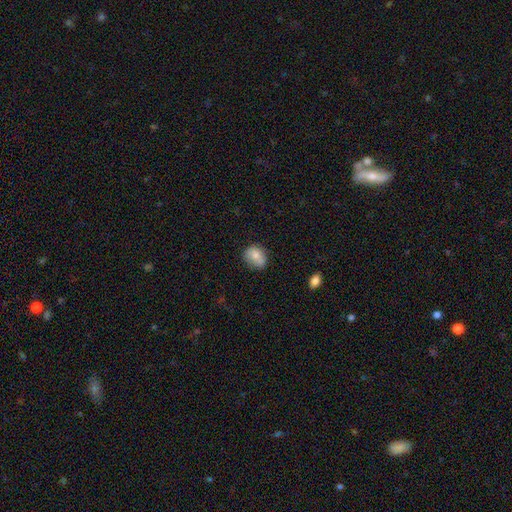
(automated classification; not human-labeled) Smooth or featured? smooth (75%)
How rounded? round (55%)
Merging? none (67%)